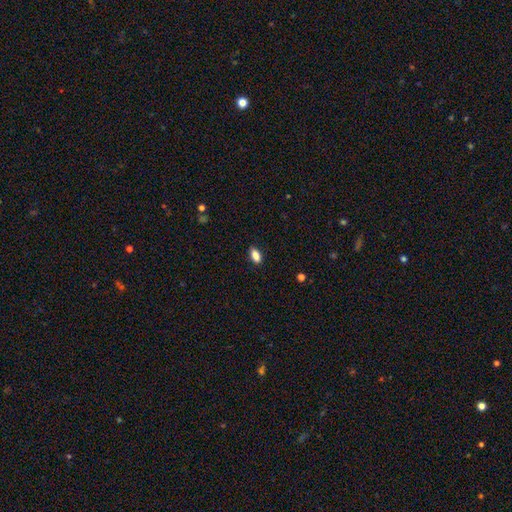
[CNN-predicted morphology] A smooth galaxy with no disk features (86%) that is in between round and cigar-shaped (88%). Merging: none (87%).